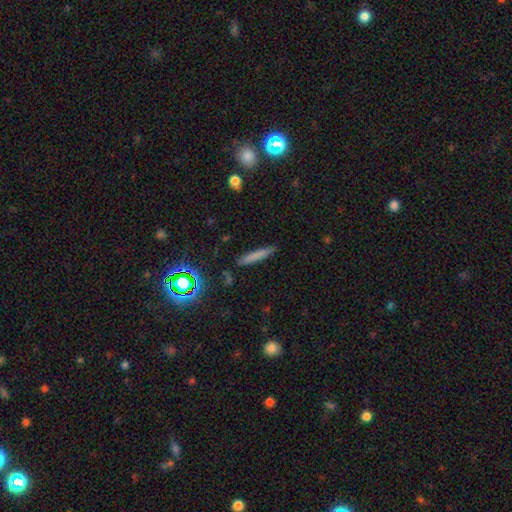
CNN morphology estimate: smooth-or-featured: smooth: 71% | featured or disk: 17% | star or artifact: 12%
  how-rounded: cigar-shaped: 93% | in between: 5% | round: 2%
  merging: none: 85% | minor disturbance: 10% | major disturbance: 2% | merger: 2%